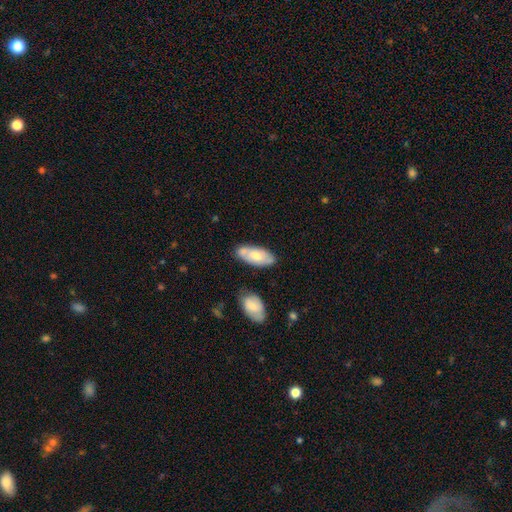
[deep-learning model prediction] A smooth galaxy with no disk features (61%) that is in between round and cigar-shaped (86%). Merging: none (64%).